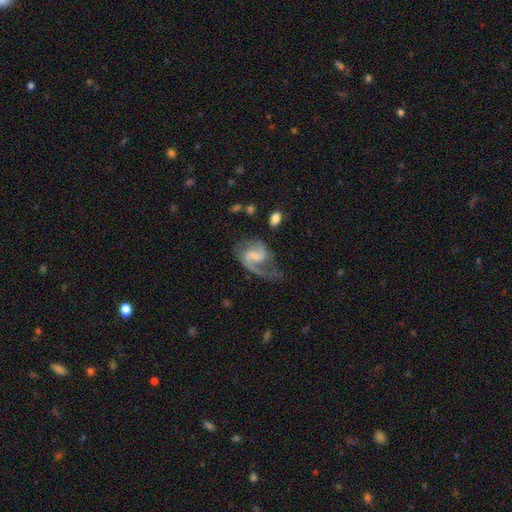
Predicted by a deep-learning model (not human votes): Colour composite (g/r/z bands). It shows a featured or disk galaxy (82%) with a weak bar (53%), 2 (68%) medium (45%) spiral arms (94%) and a small central bulge (34%). Merging: none (38%).